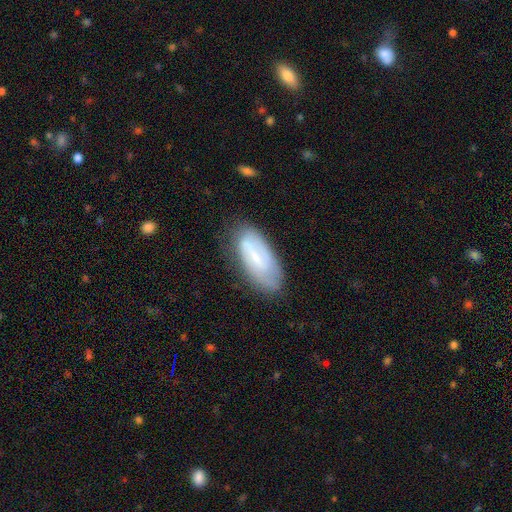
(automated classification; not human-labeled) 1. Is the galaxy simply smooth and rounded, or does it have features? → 53% featured or disk, 40% smooth, 7% star or artifact.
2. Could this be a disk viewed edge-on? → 89% no, 11% yes.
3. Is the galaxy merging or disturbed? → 71% none, 21% minor disturbance, 6% major disturbance, 2% merger.